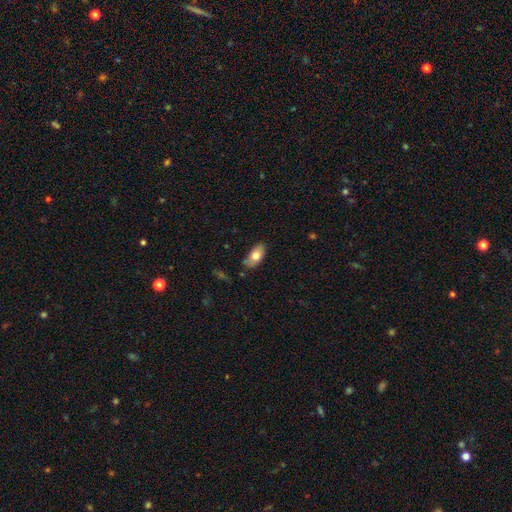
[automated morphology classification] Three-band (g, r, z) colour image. It shows a smooth galaxy with no disk features (74%) that is in between round and cigar-shaped (91%). Merging: none (75%).